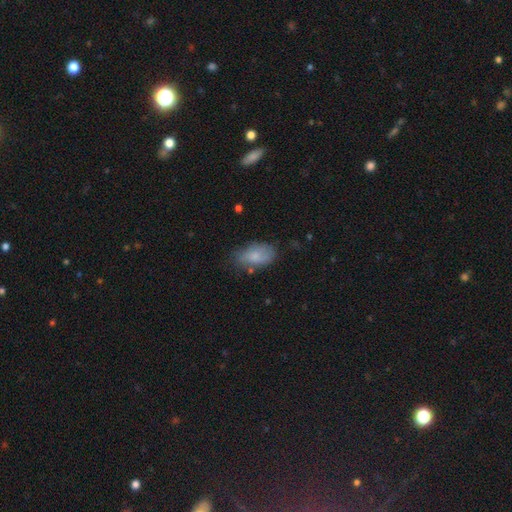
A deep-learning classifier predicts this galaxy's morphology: Q: Smooth or featured?
A: smooth (78%); runner-up: featured or disk (15%)
Q: How rounded?
A: in between (92%); runner-up: round (5%)
Q: Merging?
A: none (59%); runner-up: minor disturbance (30%)